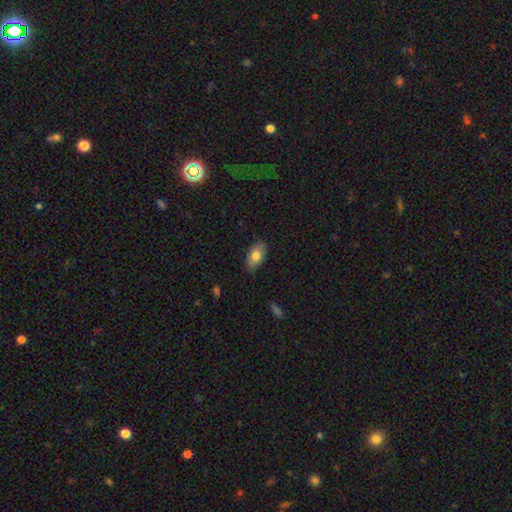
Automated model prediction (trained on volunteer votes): smooth 80%, featured or disk 14%, star or artifact 7%. Down the decision tree: how rounded — in between (93%); merging — none (85%).